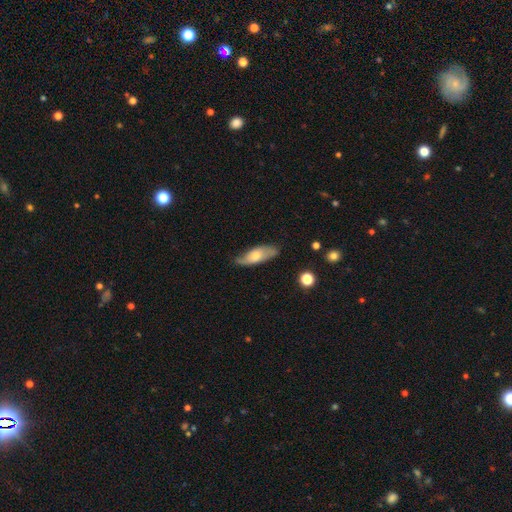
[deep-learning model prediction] smooth 56%, featured or disk 38%, star or artifact 6%. Down the decision tree: how rounded — in between (67%); merging — none (72%).